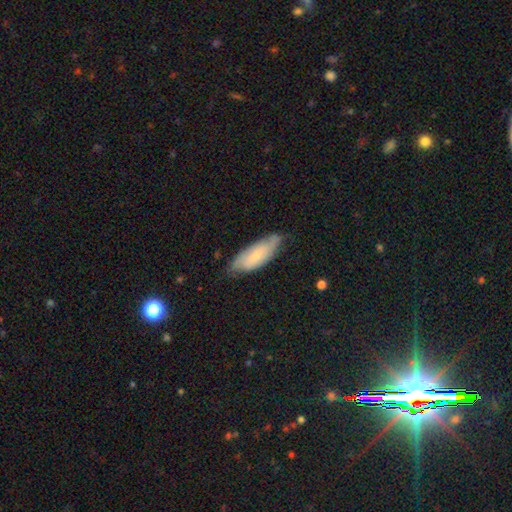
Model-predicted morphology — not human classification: Smooth or featured? Predicted: smooth (p=0.56). How rounded? Predicted: in between (p=0.71). Merging? Predicted: none (p=0.65).